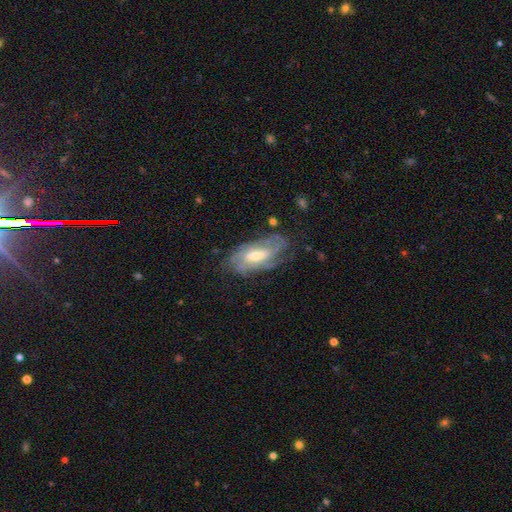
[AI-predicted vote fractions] smooth-or-featured: featured or disk: 76% | smooth: 18% | star or artifact: 6%
  disk-edge-on: no: 90% | yes: 10%
    bar: weak: 48% | no: 34% | strong: 18%
    has-spiral-arms: yes: 88% | no: 12%
      spiral-winding: tight: 56% | medium: 34% | loose: 10%
      spiral-arm-count: can't tell: 46% | 2: 26% | 3: 14% | 4: 7% | 1: 4% | more than 4: 3%
    bulge-size: moderate: 60% | small: 25% | large: 11% | none: 3% | dominant: 1%
  merging: none: 67% | minor disturbance: 22% | major disturbance: 9% | merger: 2%